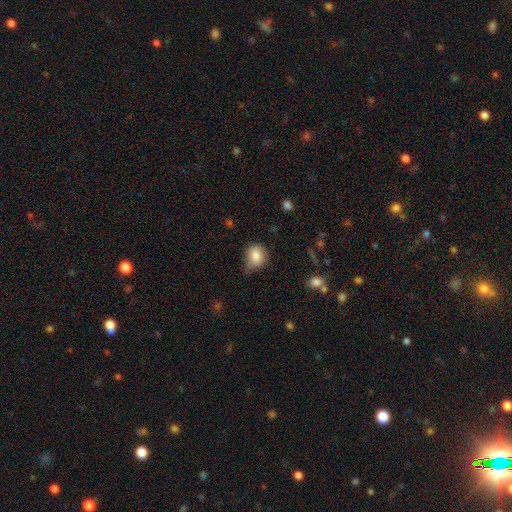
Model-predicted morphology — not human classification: Q: Smooth or featured?
A: smooth (82%); runner-up: star or artifact (10%)
Q: How rounded?
A: round (67%); runner-up: in between (32%)
Q: Merging?
A: none (58%); runner-up: minor disturbance (32%)